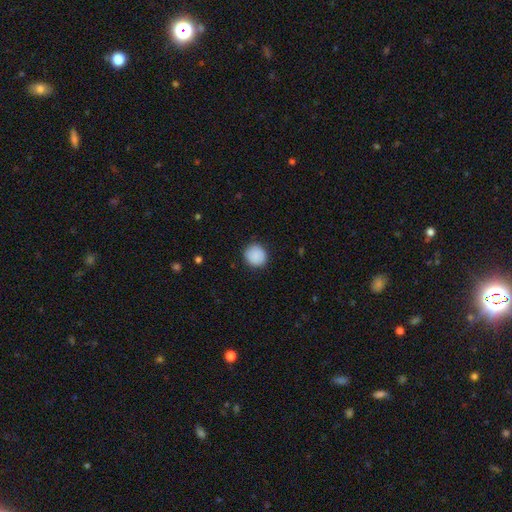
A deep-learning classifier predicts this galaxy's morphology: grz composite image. It shows a smooth galaxy with no disk features (89%) that is round (91%). Merging: none (88%).